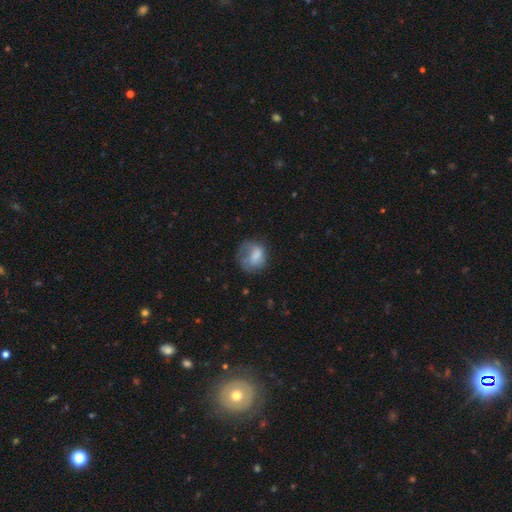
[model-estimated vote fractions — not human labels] A smooth galaxy with no disk features (70%) that is round (64%). Merging: none (40%).